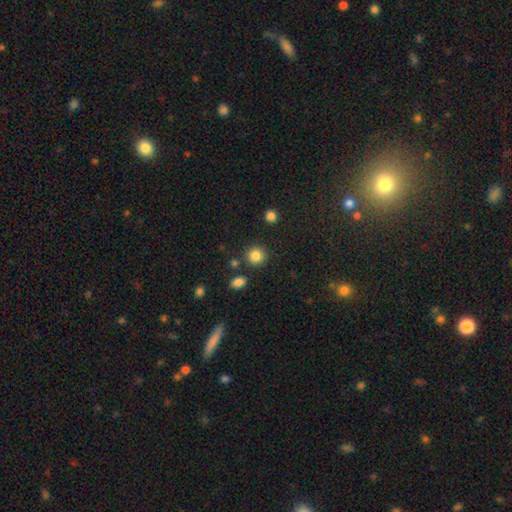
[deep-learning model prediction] The model was most divided on "smooth or featured": smooth: 85%, star or artifact: 10%, featured or disk: 5%. More confident: how rounded — round (91%); merging — none (86%).